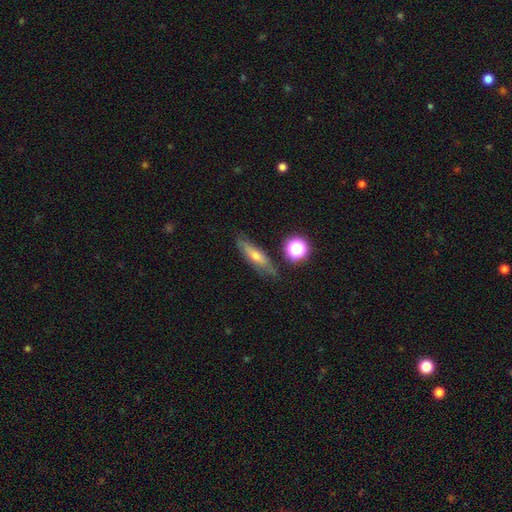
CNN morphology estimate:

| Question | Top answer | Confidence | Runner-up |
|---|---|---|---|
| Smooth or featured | smooth | 45% | featured or disk (44%) |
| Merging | none | 78% | minor disturbance (15%) |